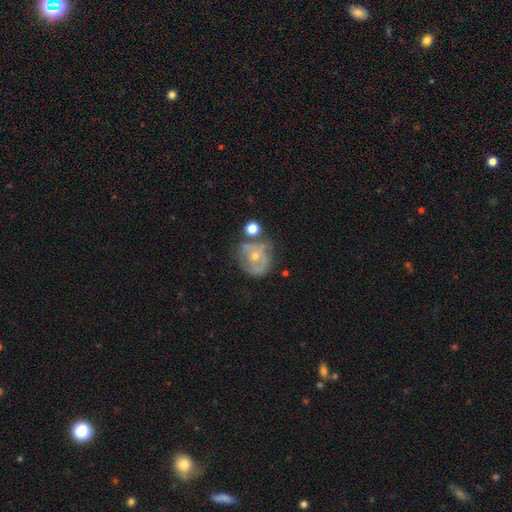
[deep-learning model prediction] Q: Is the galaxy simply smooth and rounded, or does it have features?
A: featured or disk — 57%.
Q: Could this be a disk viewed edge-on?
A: no — 97%.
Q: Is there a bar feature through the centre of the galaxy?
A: no — 80%.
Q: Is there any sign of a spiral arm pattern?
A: yes — 53%.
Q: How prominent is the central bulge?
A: small — 51%.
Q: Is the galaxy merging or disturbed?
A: none — 46%.